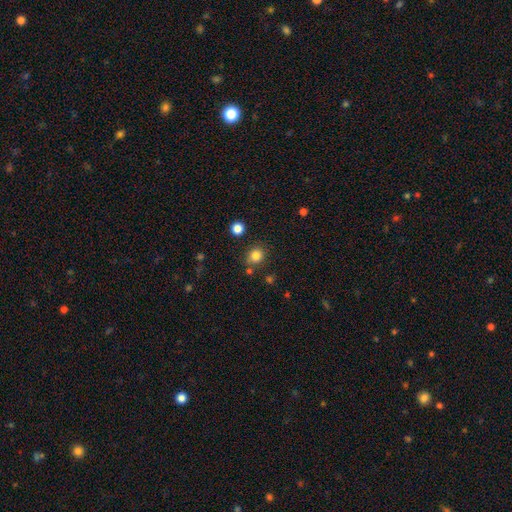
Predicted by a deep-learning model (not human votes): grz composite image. It shows a smooth galaxy with no disk features (82%) that is round (81%). Merging: none (79%).